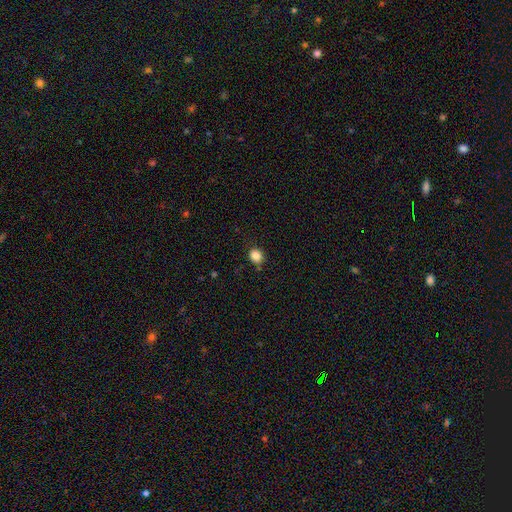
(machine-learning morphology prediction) Smooth or featured? Predicted: smooth (p=0.85). How rounded? Predicted: round (p=0.77). Merging? Predicted: none (p=0.81).